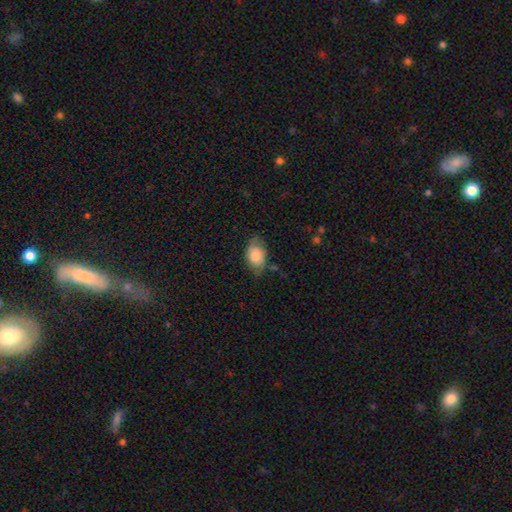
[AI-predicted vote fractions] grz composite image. It shows a smooth galaxy with no disk features (75%) that is in between round and cigar-shaped (88%). Merging: none (62%).